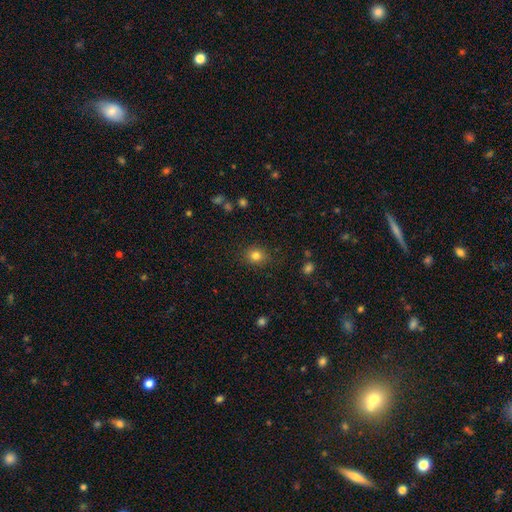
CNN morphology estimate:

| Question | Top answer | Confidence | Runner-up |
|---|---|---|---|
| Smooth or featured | smooth | 82% | star or artifact (12%) |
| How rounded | round | 71% | in between (28%) |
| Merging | none | 86% | minor disturbance (10%) |